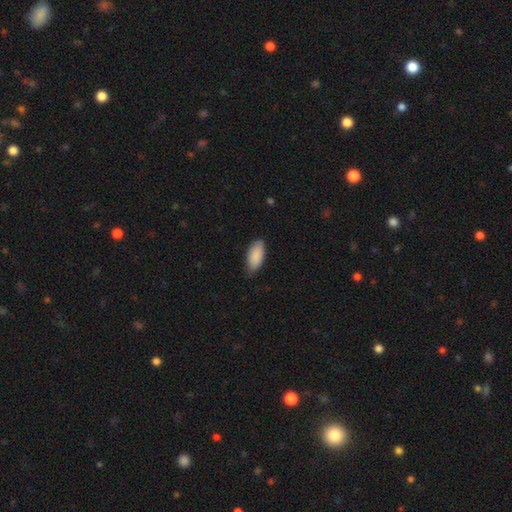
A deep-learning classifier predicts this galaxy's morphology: Overall: smooth (90%). How rounded: in between (90%). Merging: none (78%).